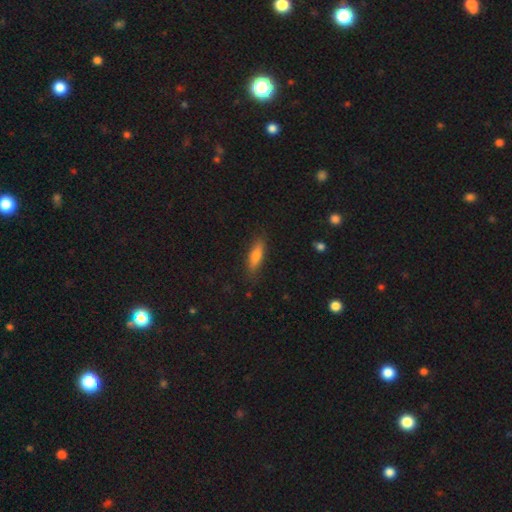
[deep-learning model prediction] smooth-or-featured: smooth: 69% | featured or disk: 24% | star or artifact: 7%
  how-rounded: cigar-shaped: 59% | in between: 38% | round: 2%
  merging: none: 84% | minor disturbance: 13% | major disturbance: 3% | merger: 1%